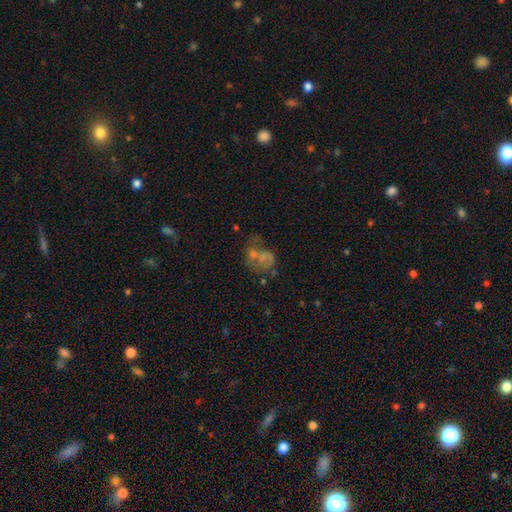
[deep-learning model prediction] smooth_or_featured: featured or disk (p=0.41) [alt: smooth p=0.35]
merging: none (p=0.29) [alt: major disturbance p=0.28]